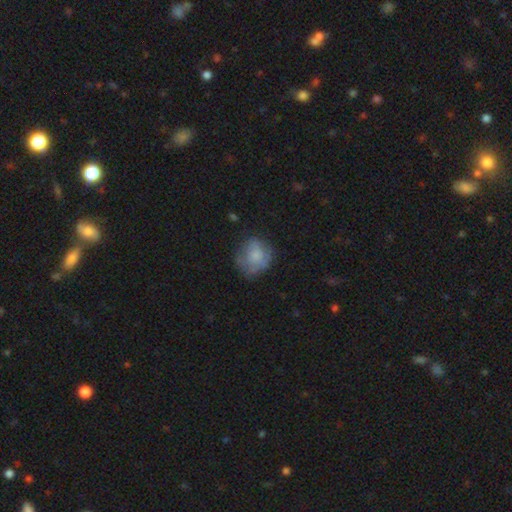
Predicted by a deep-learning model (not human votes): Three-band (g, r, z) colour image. It shows a smooth galaxy with no disk features (62%) that is round (77%). Merging: none (63%).